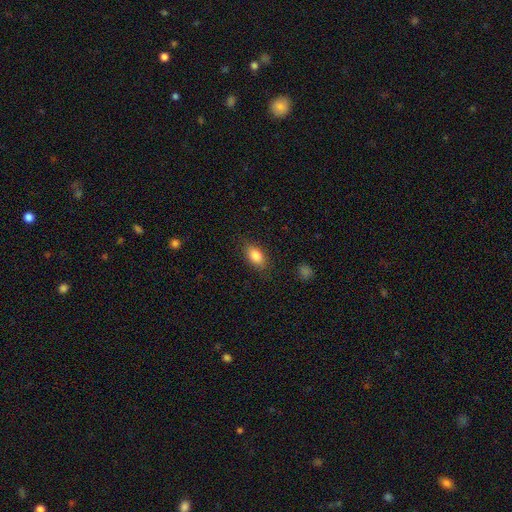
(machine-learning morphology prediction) A smooth galaxy with no disk features (83%) that is in between round and cigar-shaped (87%).

Vote fractions:
- Smooth or featured? smooth: 83% / featured or disk: 9% / star or artifact: 8%
- How rounded? in between: 87% / round: 8% / cigar-shaped: 5%
- Merging? none: 83% / minor disturbance: 12% / major disturbance: 3% / merger: 1%